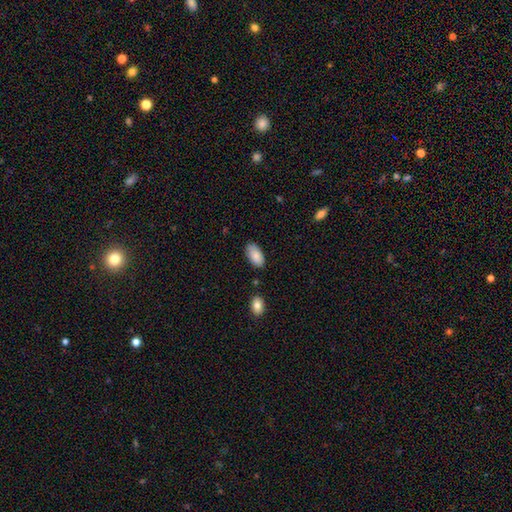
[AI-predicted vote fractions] Smooth or featured? Predicted: smooth (p=0.87). How rounded? Predicted: in between (p=0.95). Merging? Predicted: none (p=0.79).